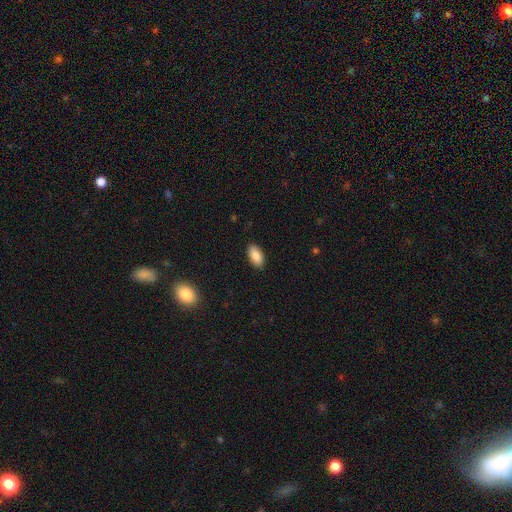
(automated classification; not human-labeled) Q: Smooth or featured?
A: smooth (88%); runner-up: star or artifact (7%)
Q: How rounded?
A: in between (93%); runner-up: cigar-shaped (4%)
Q: Merging?
A: none (89%); runner-up: minor disturbance (8%)